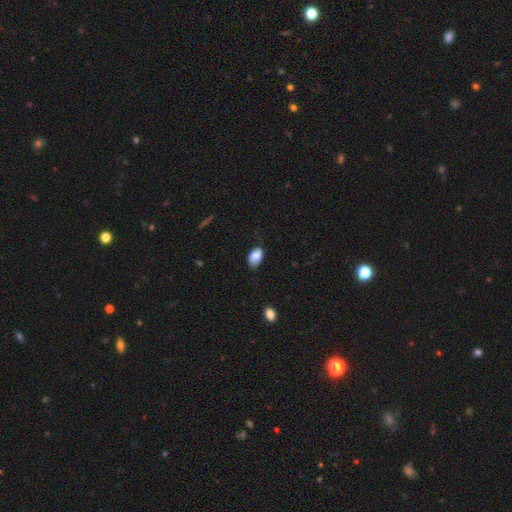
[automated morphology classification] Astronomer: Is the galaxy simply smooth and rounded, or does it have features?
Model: smooth — 82%.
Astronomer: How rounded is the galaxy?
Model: in between — 90%.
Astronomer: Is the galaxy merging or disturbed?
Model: none — 66%.